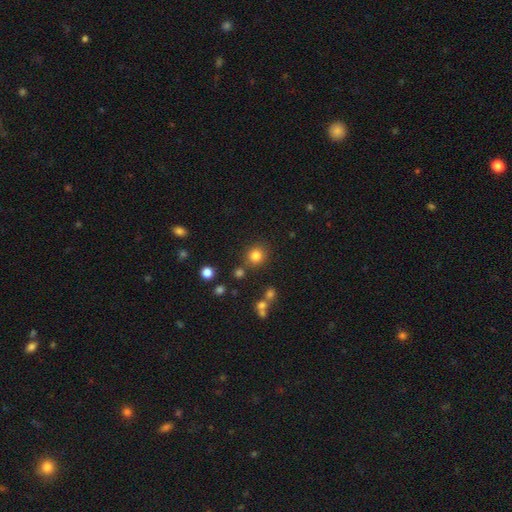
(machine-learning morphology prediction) Smooth or featured? smooth (81%)
How rounded? round (89%)
Merging? none (82%)